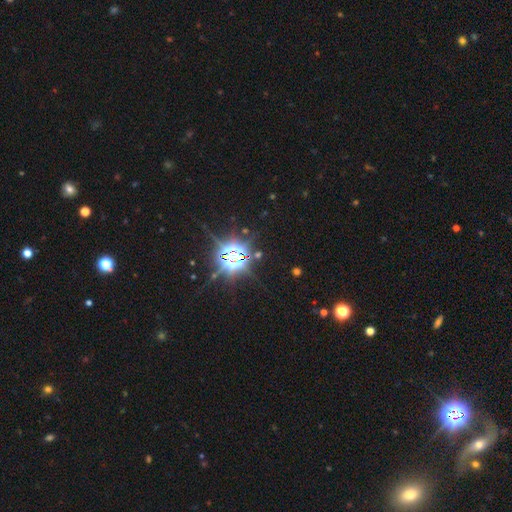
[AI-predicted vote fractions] Q: Smooth or featured?
A: star or artifact (83%); runner-up: smooth (9%)